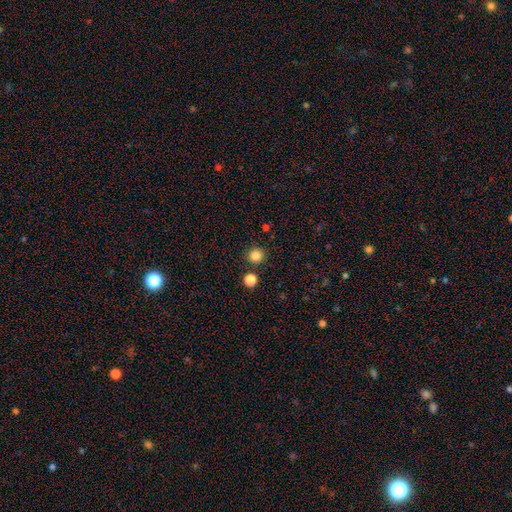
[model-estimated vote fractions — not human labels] This appears to be a smooth galaxy with no disk features (84%) that is round (92%). Merging: none (88%).